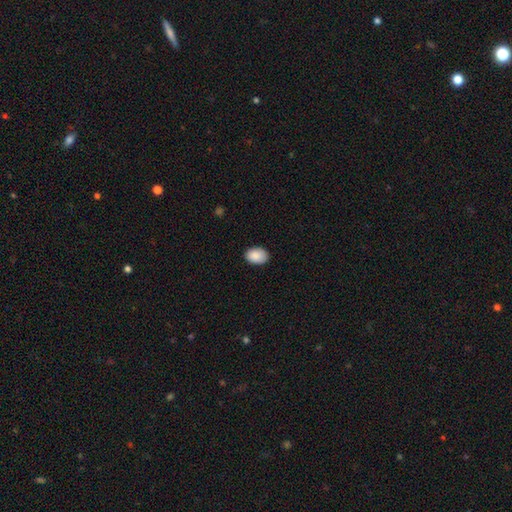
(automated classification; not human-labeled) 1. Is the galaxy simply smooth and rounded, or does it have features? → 89% smooth, 7% star or artifact, 4% featured or disk.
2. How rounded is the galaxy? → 82% in between, 17% round, 1% cigar-shaped.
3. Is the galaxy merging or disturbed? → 85% none, 12% minor disturbance, 2% major disturbance, 1% merger.